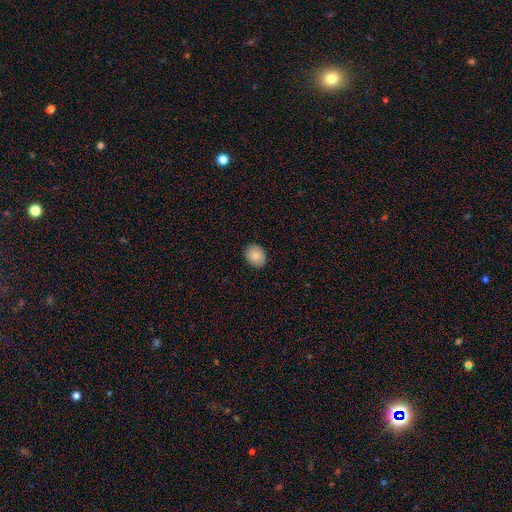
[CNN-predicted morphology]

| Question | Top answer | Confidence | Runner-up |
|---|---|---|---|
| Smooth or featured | smooth | 85% | star or artifact (8%) |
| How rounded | round | 55% | in between (44%) |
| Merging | none | 90% | minor disturbance (8%) |